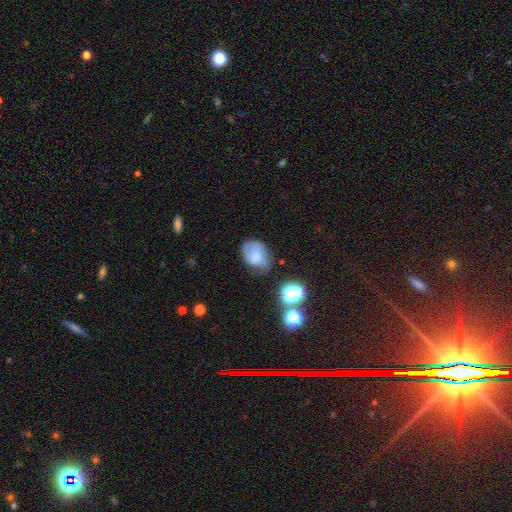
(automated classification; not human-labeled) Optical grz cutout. It shows a featured or disk galaxy (60%) with no bar (47%), 2 (40%) medium (45%) spiral arms (89%) and no central bulge (35%). Merging: none (56%).